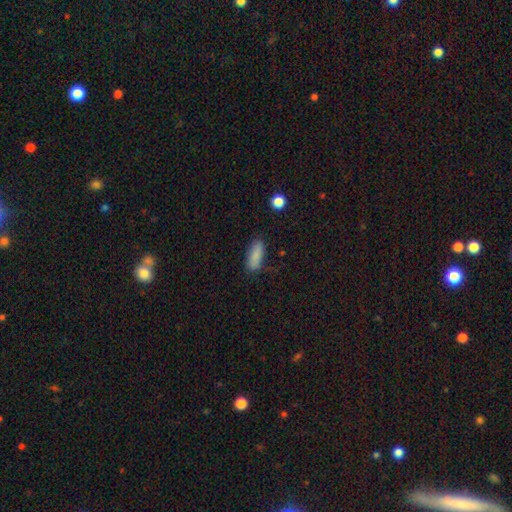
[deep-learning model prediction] Smooth or featured?
  - smooth: 86% *
  - star or artifact: 8%
  - featured or disk: 6%
How rounded?
  - in between: 72% *
  - cigar-shaped: 26%
  - round: 2%
Merging?
  - none: 77% *
  - minor disturbance: 17%
  - major disturbance: 4%
  - merger: 2%